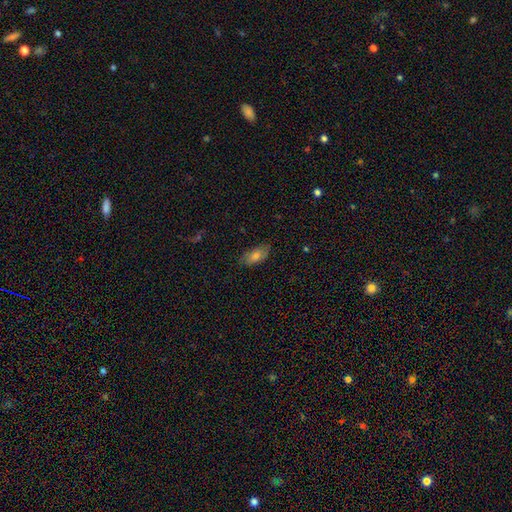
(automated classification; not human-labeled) Morphology: type=smooth (69%); roundness=in between (84%); merging=none (81%).